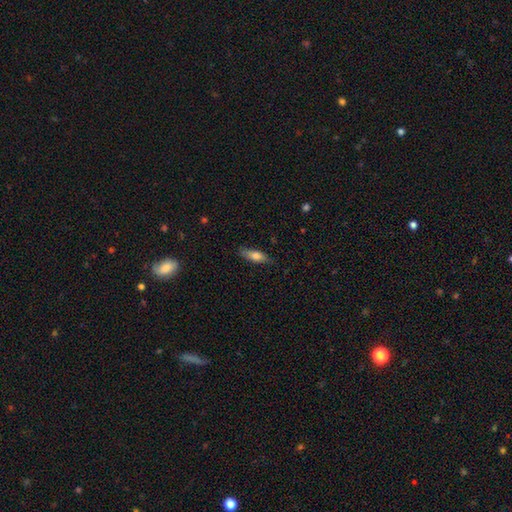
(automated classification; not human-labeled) Overall: smooth (70%). How rounded: in between (52%; cigar-shaped 46%). Merging: none (77%).